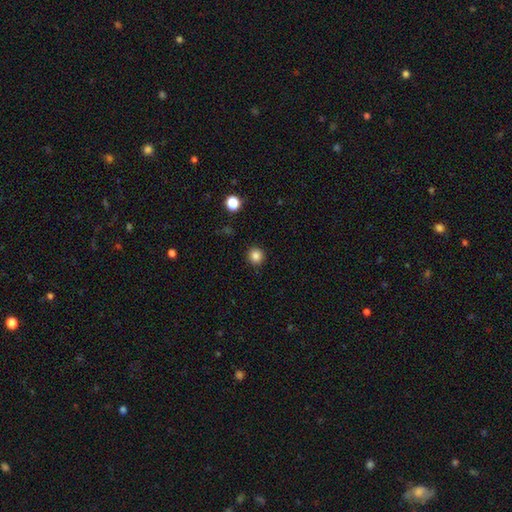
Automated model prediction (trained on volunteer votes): Smooth or featured: smooth — 84% (star or artifact — 12%)
How rounded: round — 93% (in between — 6%)
Merging: none — 92% (minor disturbance — 5%)